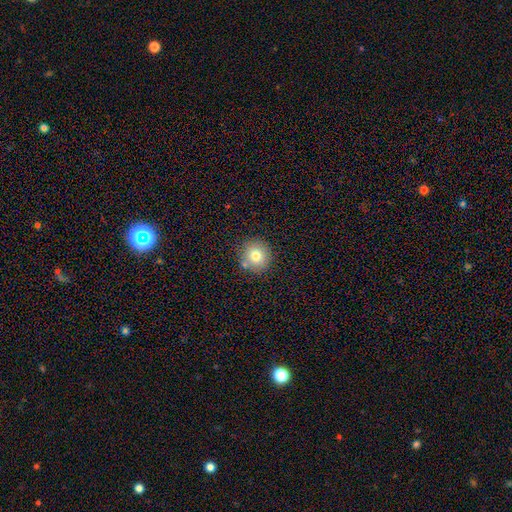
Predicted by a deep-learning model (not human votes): smooth-or-featured: smooth: 77% | featured or disk: 12% | star or artifact: 11%
  how-rounded: round: 93% | in between: 7% | cigar-shaped: 1%
  merging: none: 80% | minor disturbance: 10% | merger: 7% | major disturbance: 3%